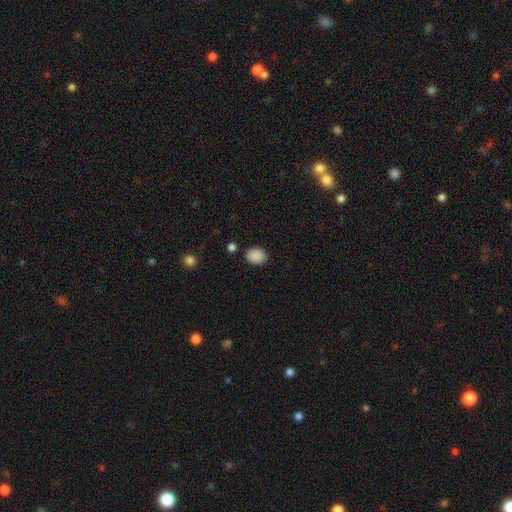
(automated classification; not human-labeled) This is clearly a smooth galaxy (89%). How rounded: possibly in between (60%). Merging: clearly none (84%).